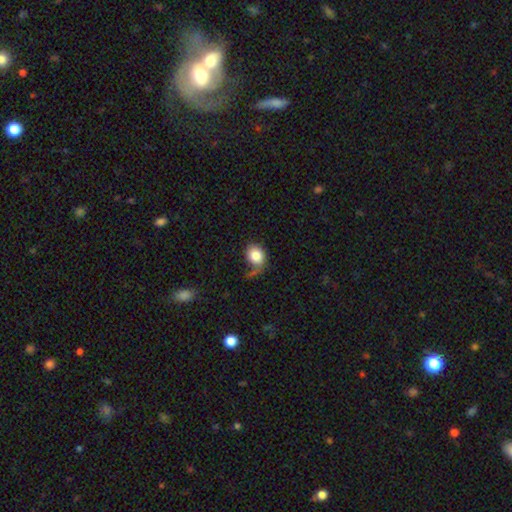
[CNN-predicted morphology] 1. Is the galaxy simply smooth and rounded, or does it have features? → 81% smooth, 12% featured or disk, 7% star or artifact.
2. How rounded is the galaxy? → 54% round, 45% in between, 1% cigar-shaped.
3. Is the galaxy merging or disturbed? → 45% none, 24% major disturbance, 24% minor disturbance, 7% merger.